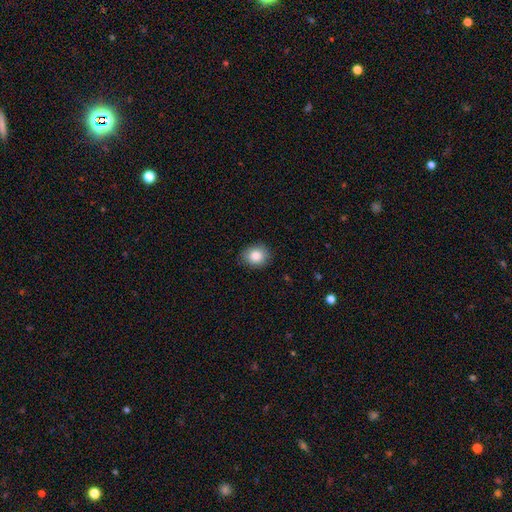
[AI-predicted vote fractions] Morphology: type=smooth (85%); roundness=round (69%); merging=none (85%).